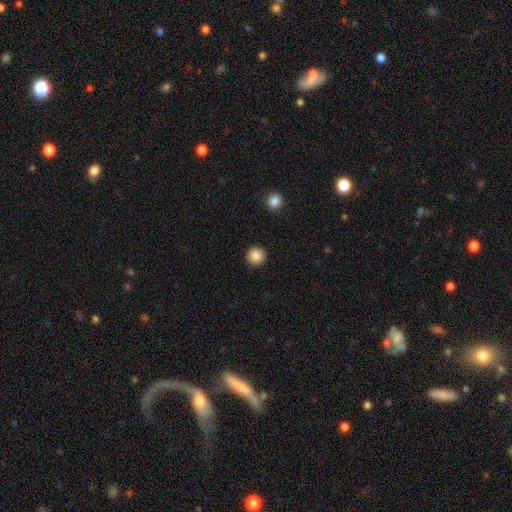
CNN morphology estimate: smooth 88%, star or artifact 9%, featured or disk 3%. Down the decision tree: how rounded — round (96%); merging — none (93%).